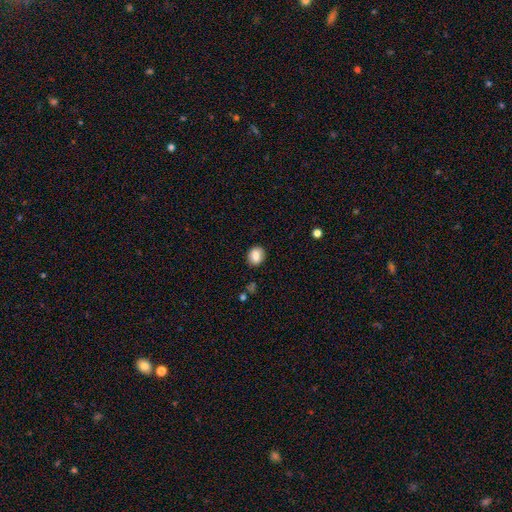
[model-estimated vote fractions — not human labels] smooth 83%, star or artifact 9%, featured or disk 8%. Down the decision tree: how rounded — round (58%); merging — none (86%).